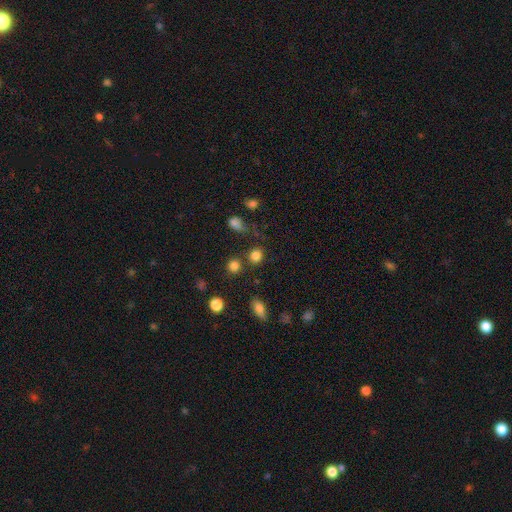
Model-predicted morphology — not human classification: Overall: smooth (81%). How rounded: round (86%). Merging: none (77%).